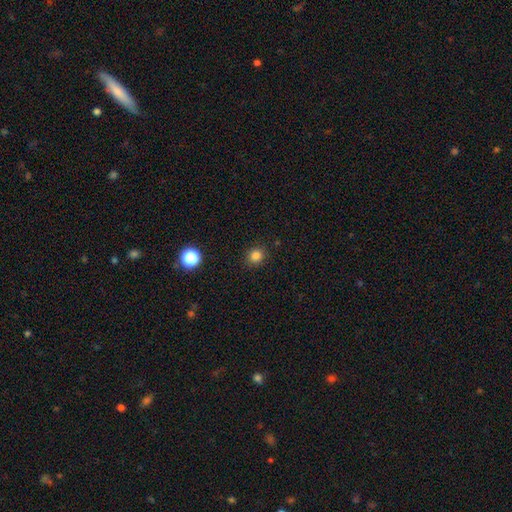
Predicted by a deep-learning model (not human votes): Smooth or featured? Predicted: smooth (p=0.83). How rounded? Predicted: round (p=0.81). Merging? Predicted: none (p=0.88).